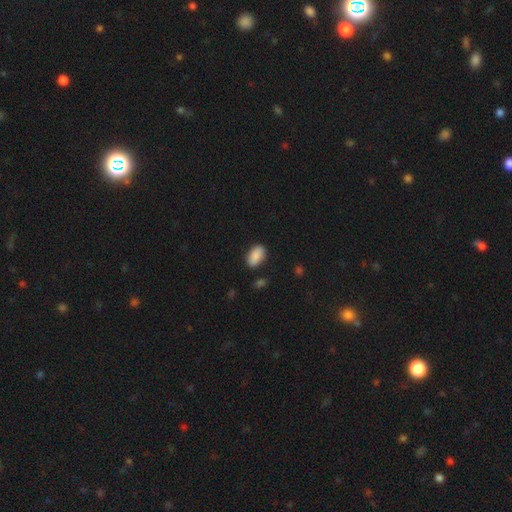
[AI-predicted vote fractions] Smooth or featured? smooth (89%)
How rounded? in between (93%)
Merging? none (85%)